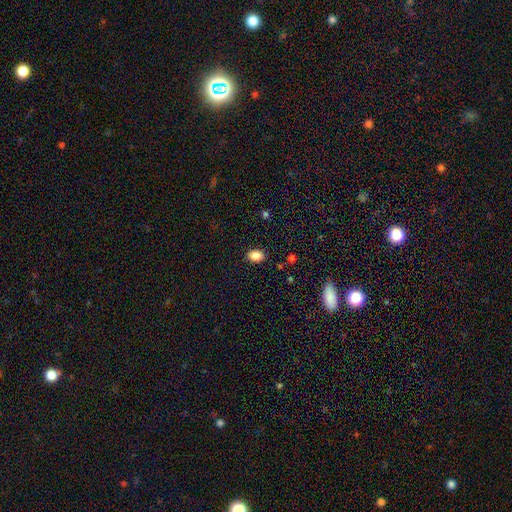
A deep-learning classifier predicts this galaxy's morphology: smooth 86%, star or artifact 9%, featured or disk 4%. Down the decision tree: how rounded — in between (78%); merging — none (87%).